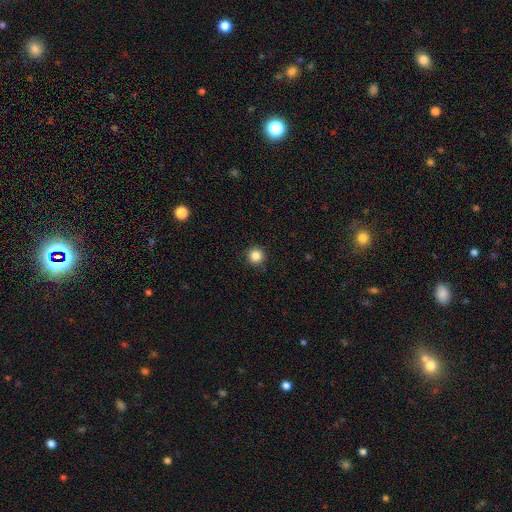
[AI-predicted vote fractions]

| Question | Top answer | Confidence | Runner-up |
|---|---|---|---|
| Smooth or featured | smooth | 84% | star or artifact (11%) |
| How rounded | round | 95% | in between (4%) |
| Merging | none | 91% | minor disturbance (6%) |